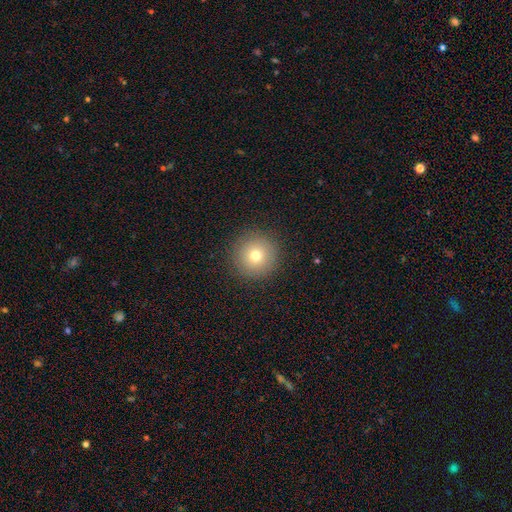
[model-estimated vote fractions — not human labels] The model was most divided on "smooth or featured": smooth: 74%, star or artifact: 14%, featured or disk: 12%. More confident: how rounded — round (96%); merging — none (91%).